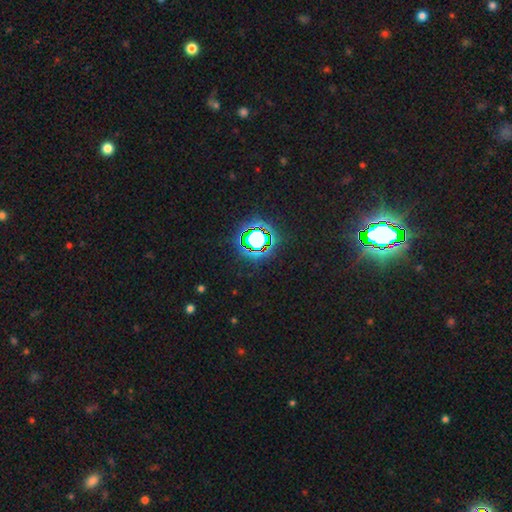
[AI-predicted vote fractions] Q: Smooth or featured?
A: star or artifact (81%); runner-up: smooth (11%)